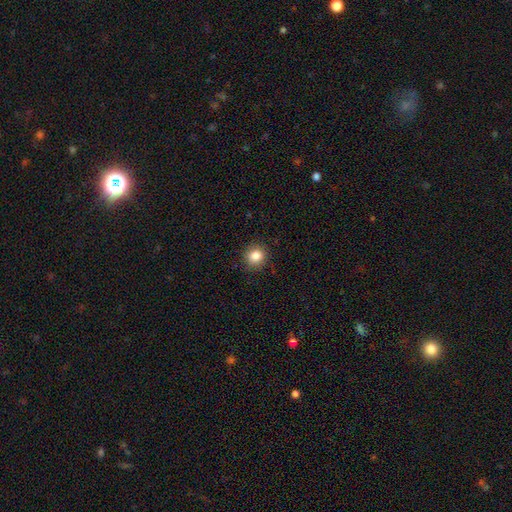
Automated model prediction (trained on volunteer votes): This is clearly a smooth galaxy (85%). How rounded: clearly round (82%). Merging: clearly none (88%).